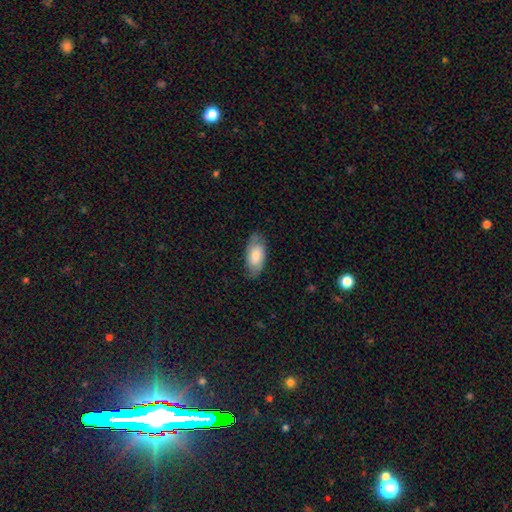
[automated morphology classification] A smooth galaxy with no disk features (71%) that is in between round and cigar-shaped (92%). Merging: none (76%).